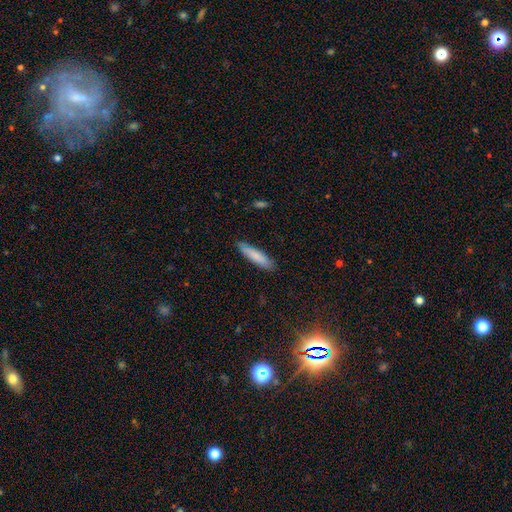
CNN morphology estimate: smooth_or_featured: smooth (p=0.80) [alt: featured or disk p=0.15]
how_rounded: cigar-shaped (p=0.79) [alt: in between p=0.20]
merging: none (p=0.83) [alt: minor disturbance p=0.13]